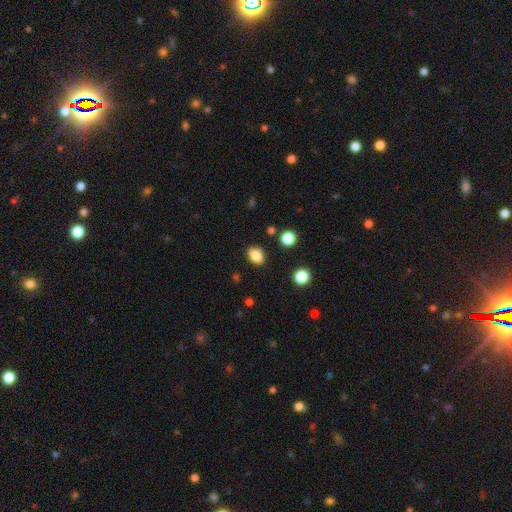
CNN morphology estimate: Smooth or featured: smooth — 85% (star or artifact — 10%)
How rounded: in between — 69% (round — 30%)
Merging: none — 86% (minor disturbance — 9%)